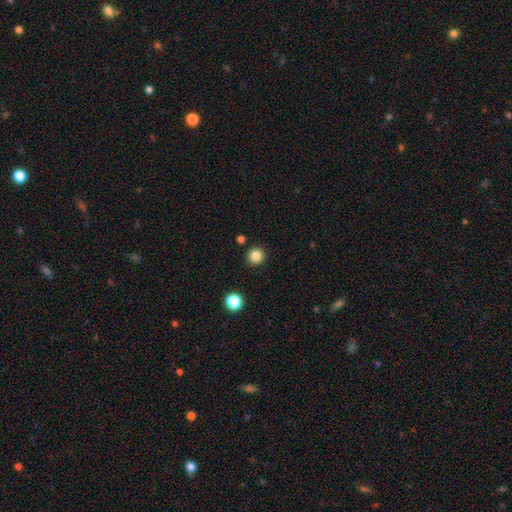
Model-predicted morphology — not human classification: Smooth or featured: smooth — 84% (star or artifact — 12%)
How rounded: round — 95% (in between — 4%)
Merging: none — 91% (minor disturbance — 5%)